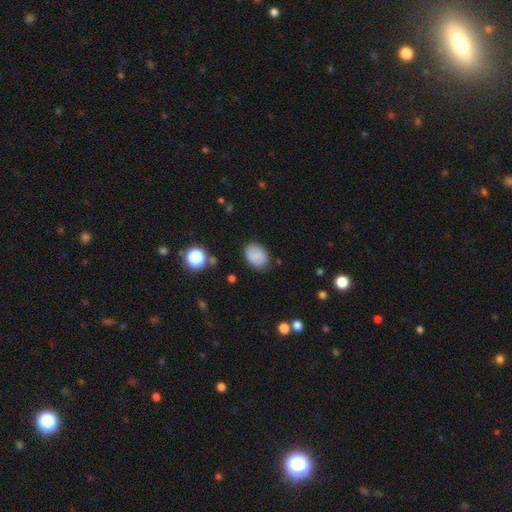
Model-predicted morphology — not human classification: smooth 83%, star or artifact 9%, featured or disk 7%. Down the decision tree: how rounded — in between (71%); merging — none (82%).